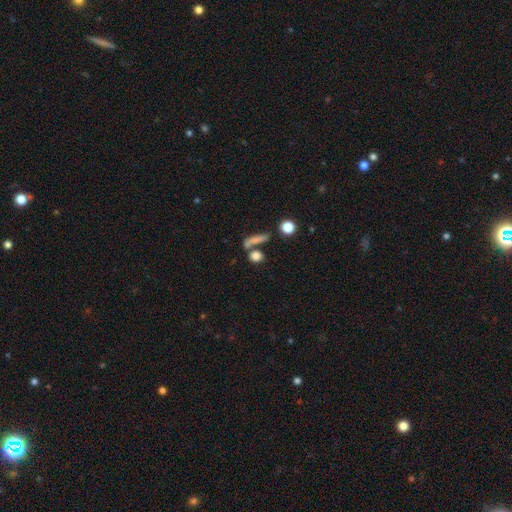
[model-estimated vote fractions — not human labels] Smooth or featured? Predicted: smooth (p=0.77). How rounded? Predicted: round (p=0.49). Merging? Predicted: none (p=0.57).